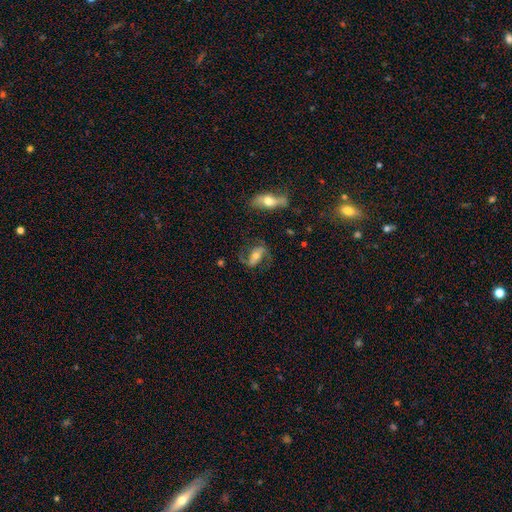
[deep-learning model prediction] featured or disk 71%, smooth 21%, star or artifact 8%. Down the decision tree: edge-on disk — no (90%); bar — strong (37%); spiral arms — yes (86%); spiral arm count — 2 (87%); spiral winding — loose (43%); bulge size — moderate (61%); merging — none (66%).